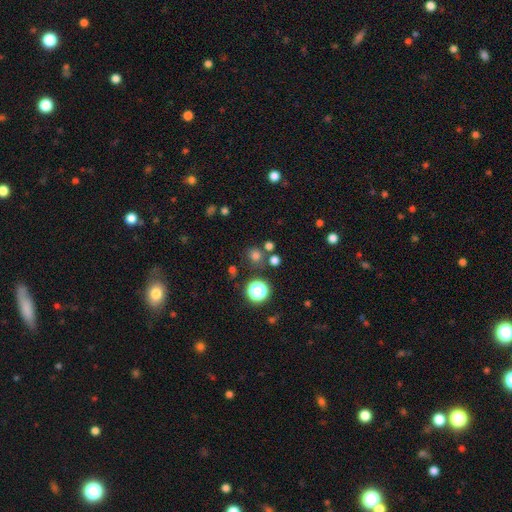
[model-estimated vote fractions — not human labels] This appears to be a smooth galaxy with no disk features (70%) that is round (88%). Merging: none (76%).